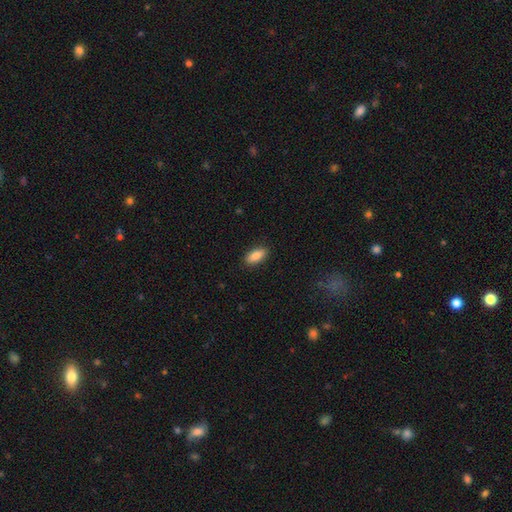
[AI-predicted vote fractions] smooth 87%, star or artifact 7%, featured or disk 6%. Down the decision tree: how rounded — in between (87%); merging — none (89%).